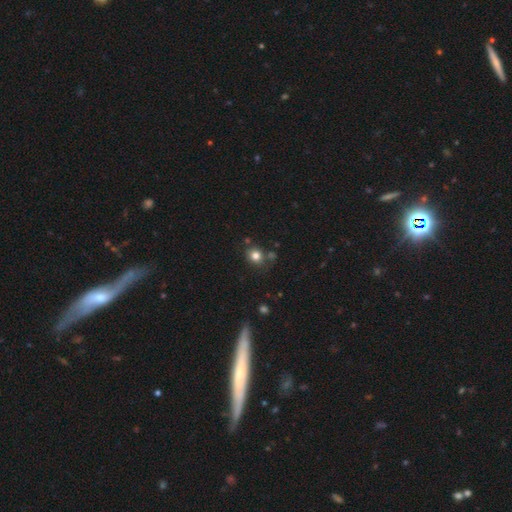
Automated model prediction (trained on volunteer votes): Morphology: type=smooth (79%); roundness=round (75%); merging=none (72%).